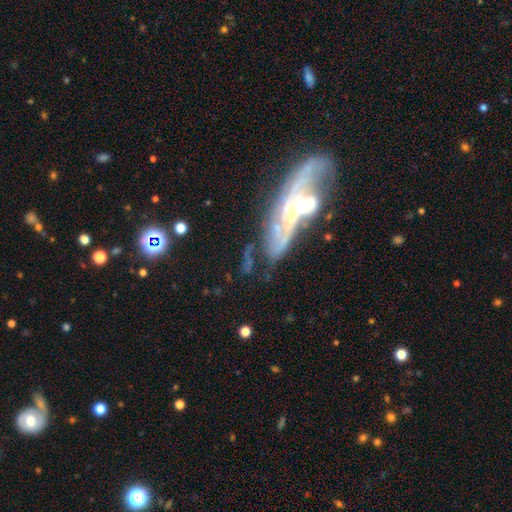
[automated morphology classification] A featured or disk galaxy (73%) with no bar (53%), spiral arms (74%) and a moderate central bulge (48%). Merging: none (40%).